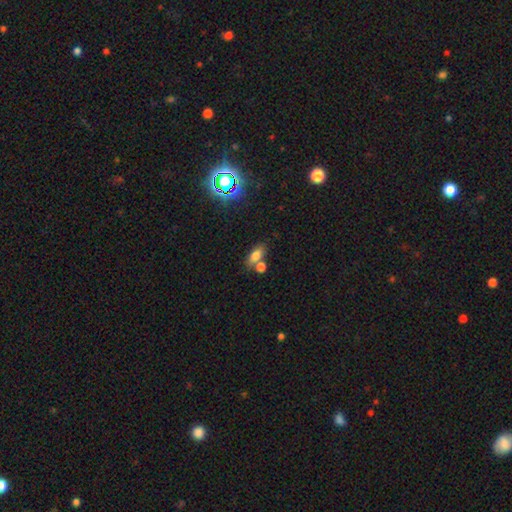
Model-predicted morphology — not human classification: This appears to be a smooth galaxy with no disk features (75%) that is in between round and cigar-shaped (81%). Merging: none (53%).